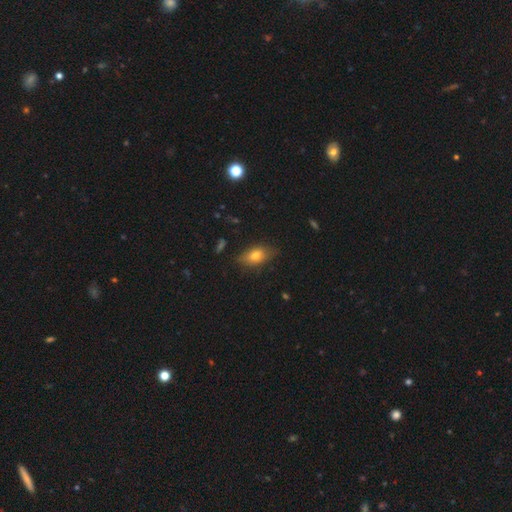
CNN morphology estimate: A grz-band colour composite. It shows a smooth galaxy with no disk features (73%) that is in between round and cigar-shaped (83%). Merging: none (76%).